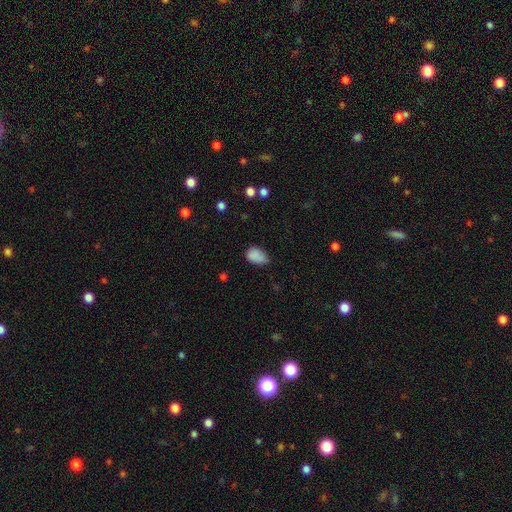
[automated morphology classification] type=smooth (85%); roundness=in between (85%); merging=none (50%).